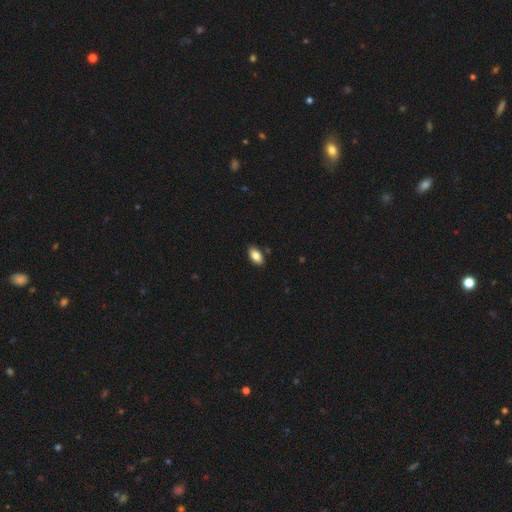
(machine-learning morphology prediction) A smooth galaxy with no disk features (84%) that is in between round and cigar-shaped (93%). Merging: none (87%).